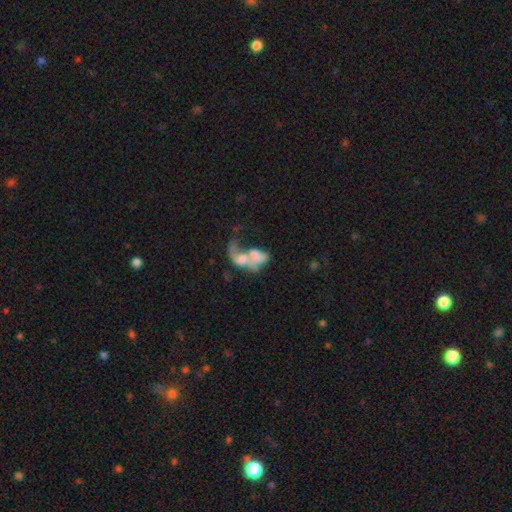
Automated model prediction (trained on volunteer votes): Smooth or featured?
  - smooth: 46% *
  - featured or disk: 45%
  - star or artifact: 10%
Merging?
  - merger: 71% *
  - major disturbance: 16%
  - none: 8%
  - minor disturbance: 5%